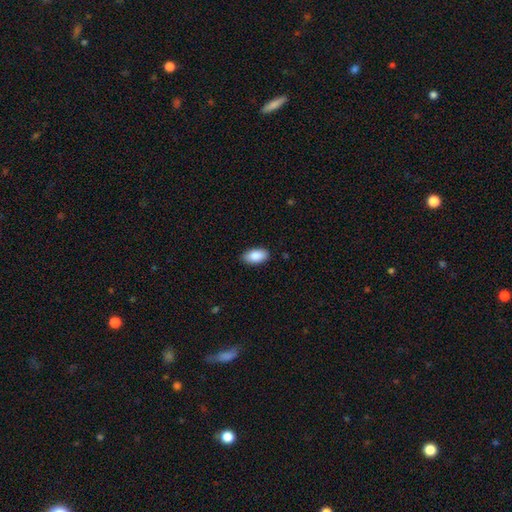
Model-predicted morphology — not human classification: smooth 89%, star or artifact 6%, featured or disk 5%. Down the decision tree: how rounded — in between (94%); merging — none (86%).